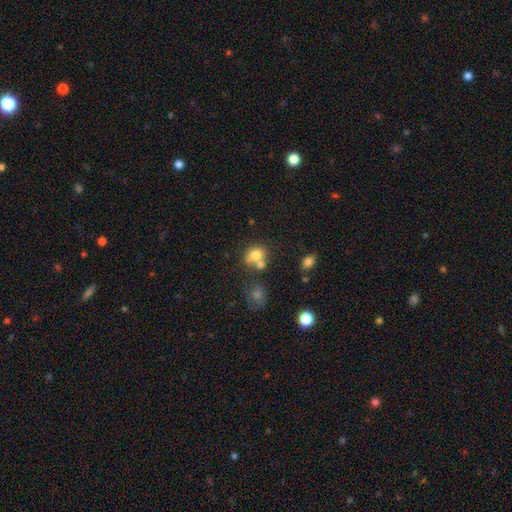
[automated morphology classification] Overall: smooth (75%). How rounded: round (61%; in between 38%). Merging: none (44%; merger 40%).